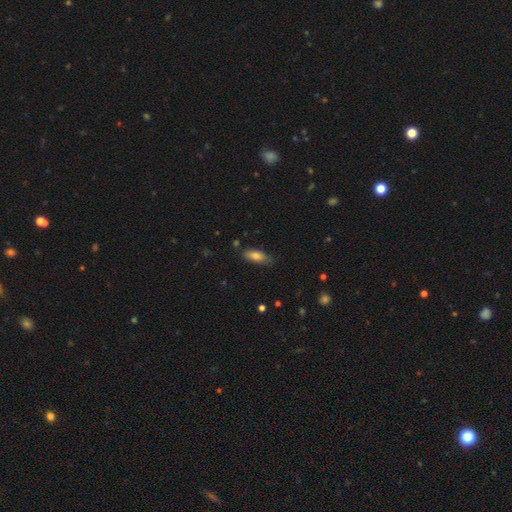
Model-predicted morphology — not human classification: Overall: smooth (79%). How rounded: in between (76%). Merging: none (69%).